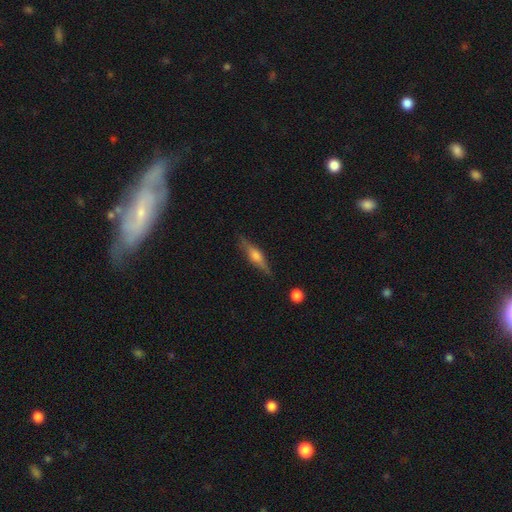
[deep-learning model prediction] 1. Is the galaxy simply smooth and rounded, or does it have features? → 66% featured or disk, 27% smooth, 7% star or artifact.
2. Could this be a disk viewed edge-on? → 96% yes, 4% no.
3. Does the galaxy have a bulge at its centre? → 84% rounded, 12% boxy, 4% none.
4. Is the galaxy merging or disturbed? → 85% none, 11% minor disturbance, 2% major disturbance, 2% merger.